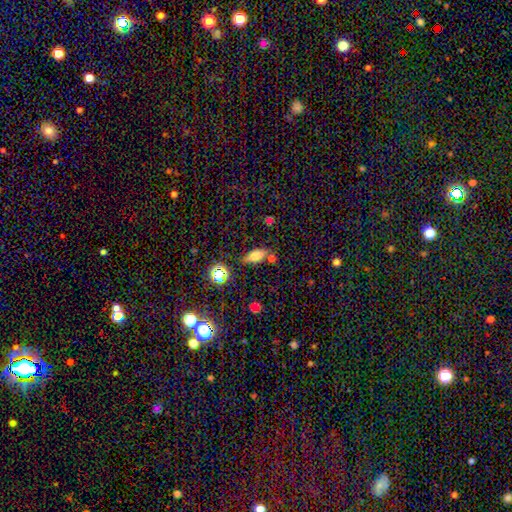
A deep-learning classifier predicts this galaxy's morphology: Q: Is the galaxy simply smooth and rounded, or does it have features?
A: smooth — 70%.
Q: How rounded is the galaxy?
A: in between — 74%.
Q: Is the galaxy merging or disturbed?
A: none — 66%.